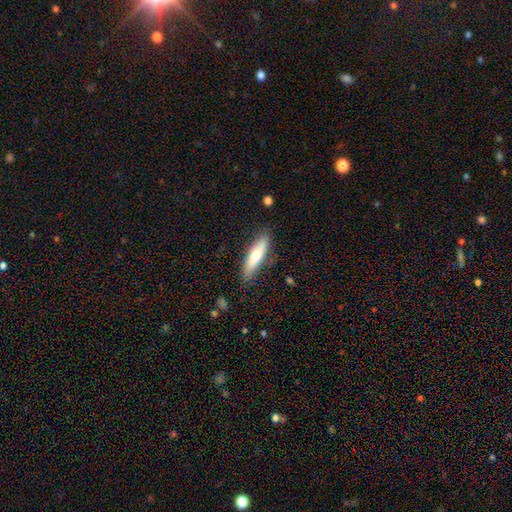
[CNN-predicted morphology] smooth-or-featured: smooth: 62% | featured or disk: 32% | star or artifact: 6%
  how-rounded: cigar-shaped: 70% | in between: 29% | round: 2%
  merging: none: 82% | minor disturbance: 14% | major disturbance: 3% | merger: 2%